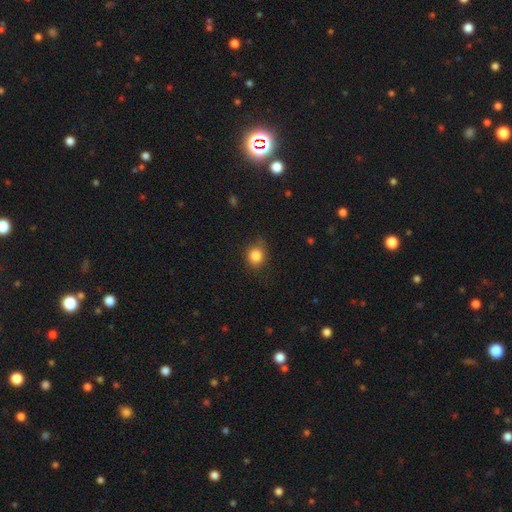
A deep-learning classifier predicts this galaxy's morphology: Q: Smooth or featured?
A: smooth (84%); runner-up: star or artifact (11%)
Q: How rounded?
A: round (78%); runner-up: in between (21%)
Q: Merging?
A: none (76%); runner-up: minor disturbance (18%)